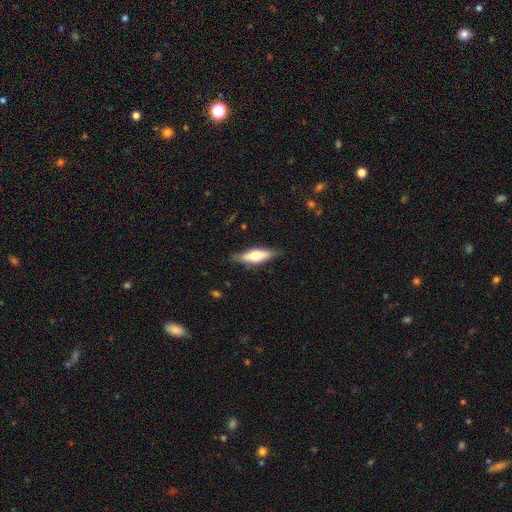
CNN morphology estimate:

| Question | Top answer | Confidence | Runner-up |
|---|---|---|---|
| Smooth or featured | featured or disk | 49% | smooth (45%) |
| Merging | none | 83% | minor disturbance (13%) |